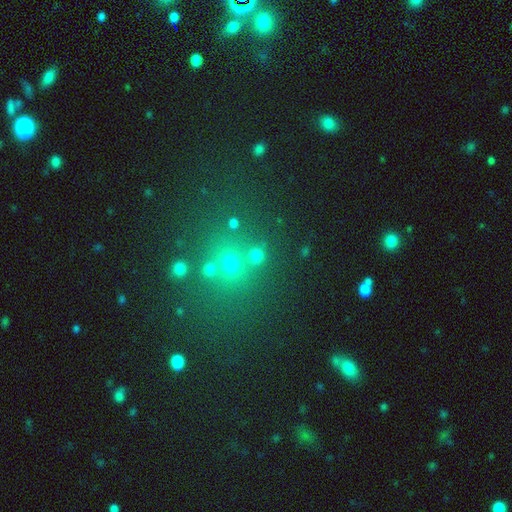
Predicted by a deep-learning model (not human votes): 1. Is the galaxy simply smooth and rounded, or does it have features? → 67% smooth, 25% star or artifact, 8% featured or disk.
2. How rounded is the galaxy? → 86% round, 12% in between, 1% cigar-shaped.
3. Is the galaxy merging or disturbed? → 68% none, 18% merger, 9% minor disturbance, 5% major disturbance.